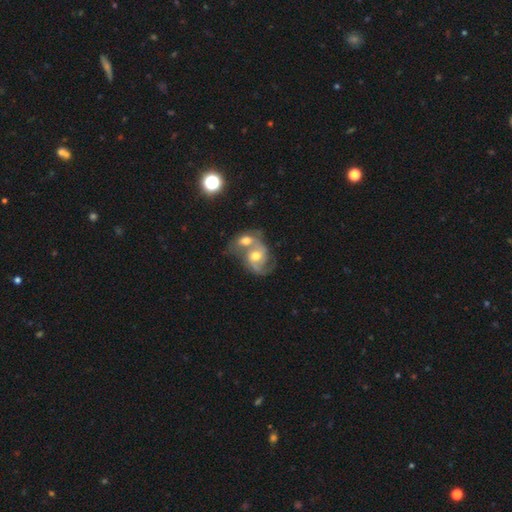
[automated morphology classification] Smooth or featured: featured or disk — 76% (smooth — 16%)
Edge-on disk: no — 97% (yes — 3%)
Bar: no — 56% (weak — 35%)
Spiral arms: yes — 91% (no — 9%)
Spiral winding: medium — 53% (loose — 25%)
Spiral arm count: 2 — 81% (can't tell — 8%)
Bulge size: moderate — 70% (small — 19%)
Merging: merger — 66% (none — 21%)